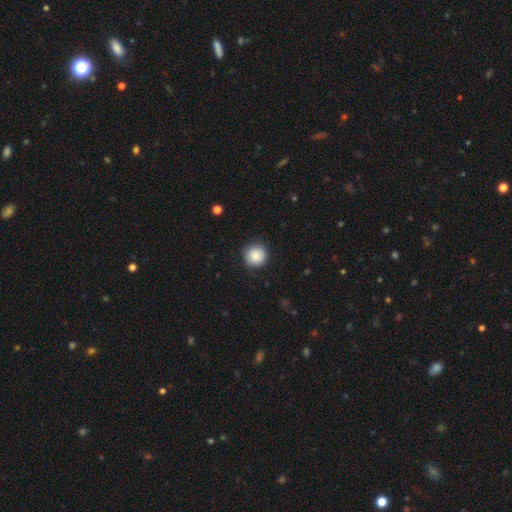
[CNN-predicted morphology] This appears to be a smooth galaxy with no disk features (87%) that is round (94%). Merging: none (88%).